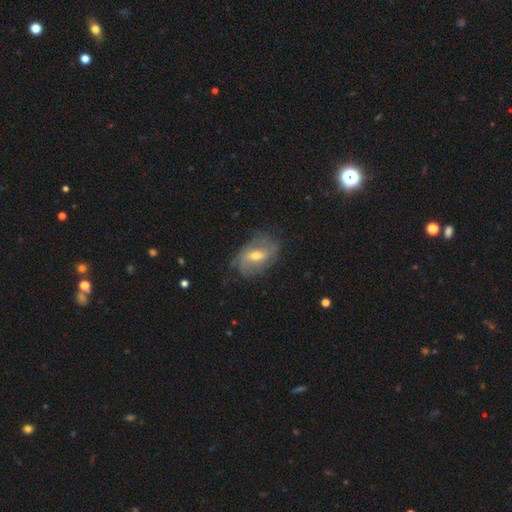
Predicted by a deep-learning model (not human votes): Q: Smooth or featured?
A: featured or disk (63%); runner-up: smooth (29%)
Q: Edge-on disk?
A: no (93%); runner-up: yes (7%)
Q: Bar?
A: weak (48%); runner-up: no (34%)
Q: Spiral arms?
A: yes (73%); runner-up: no (27%)
Q: Bulge size?
A: moderate (58%); runner-up: small (37%)
Q: Merging?
A: none (64%); runner-up: minor disturbance (25%)